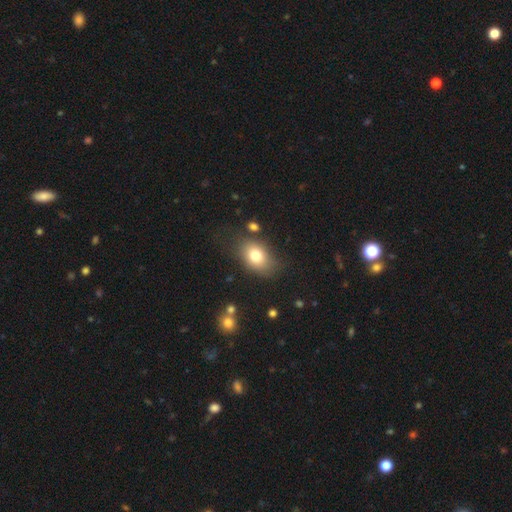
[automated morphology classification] A smooth galaxy with no disk features (77%) that is in between round and cigar-shaped (76%). Merging: none (72%).